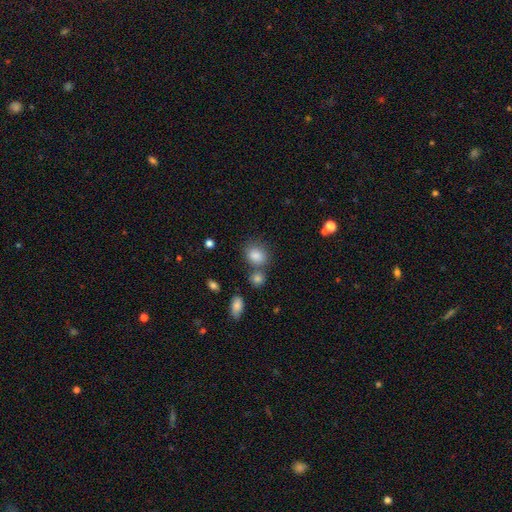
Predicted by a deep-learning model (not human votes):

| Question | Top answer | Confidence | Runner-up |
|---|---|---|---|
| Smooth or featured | smooth | 83% | star or artifact (10%) |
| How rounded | round | 51% | in between (48%) |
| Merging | none | 63% | merger (17%) |